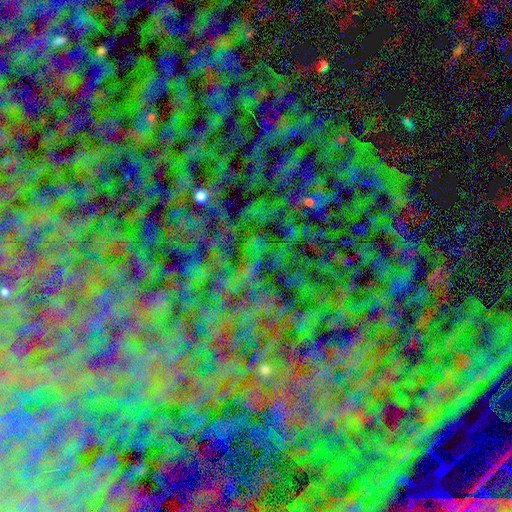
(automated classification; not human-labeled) Morphology: type=star or artifact (84%).